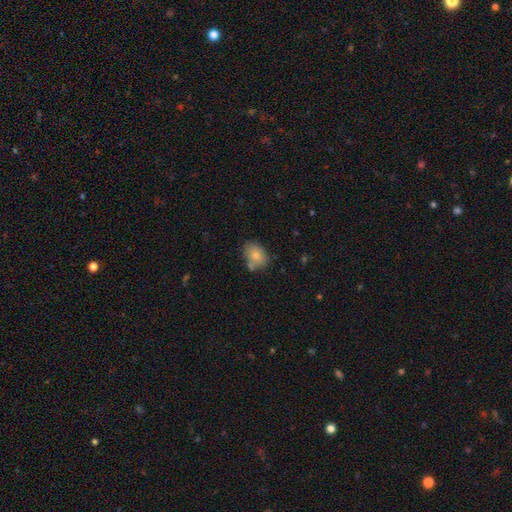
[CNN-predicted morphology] A smooth galaxy with no disk features (78%) that is in between round and cigar-shaped (67%).

Vote fractions:
- Smooth or featured? smooth: 78% / featured or disk: 14% / star or artifact: 9%
- How rounded? in between: 67% / round: 31% / cigar-shaped: 1%
- Merging? none: 64% / minor disturbance: 19% / merger: 13% / major disturbance: 4%